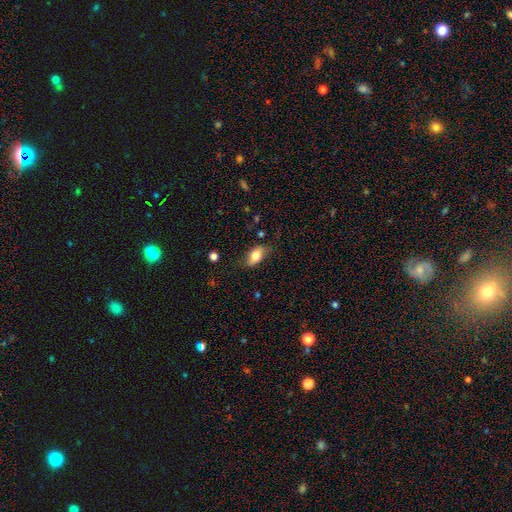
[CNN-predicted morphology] Smooth or featured?
  - smooth: 75% *
  - featured or disk: 17%
  - star or artifact: 7%
How rounded?
  - in between: 87% *
  - round: 8%
  - cigar-shaped: 6%
Merging?
  - none: 71% *
  - minor disturbance: 22%
  - major disturbance: 6%
  - merger: 1%